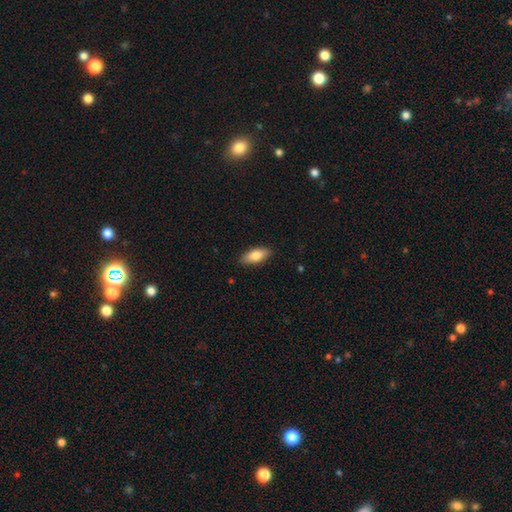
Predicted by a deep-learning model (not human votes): The model was most divided on "smooth or featured": smooth: 79%, featured or disk: 15%, star or artifact: 6%. More confident: merging — none (88%); how rounded — in between (81%).